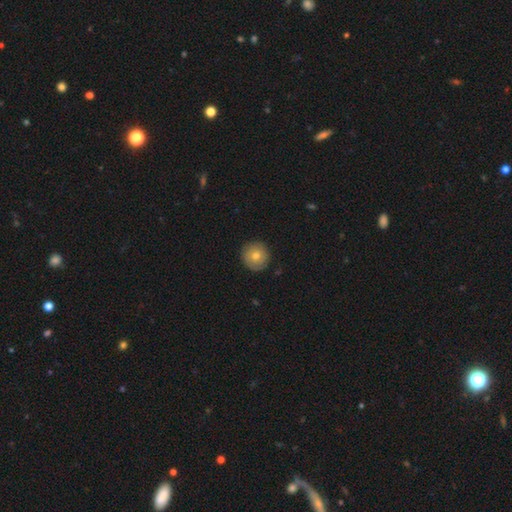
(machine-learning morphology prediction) Overall: smooth (68%). How rounded: round (95%). Merging: none (89%).